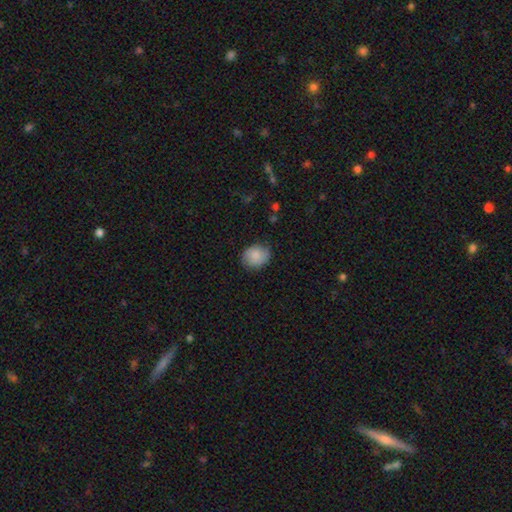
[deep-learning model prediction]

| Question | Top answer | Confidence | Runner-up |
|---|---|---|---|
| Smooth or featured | smooth | 78% | featured or disk (14%) |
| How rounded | round | 57% | in between (42%) |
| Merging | none | 78% | minor disturbance (17%) |